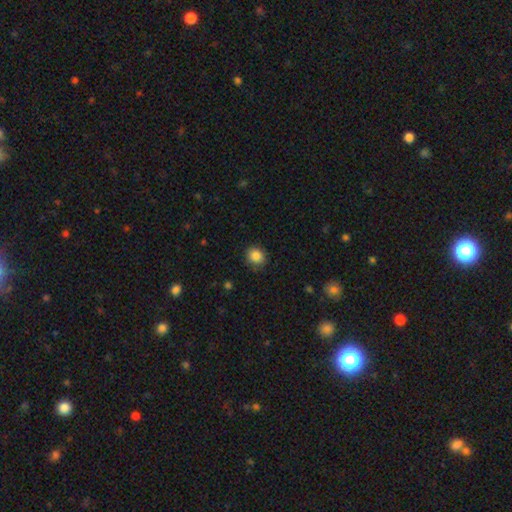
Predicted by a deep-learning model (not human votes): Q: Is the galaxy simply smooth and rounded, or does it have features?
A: smooth — 85%.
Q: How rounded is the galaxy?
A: round — 81%.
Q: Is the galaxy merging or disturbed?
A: none — 85%.